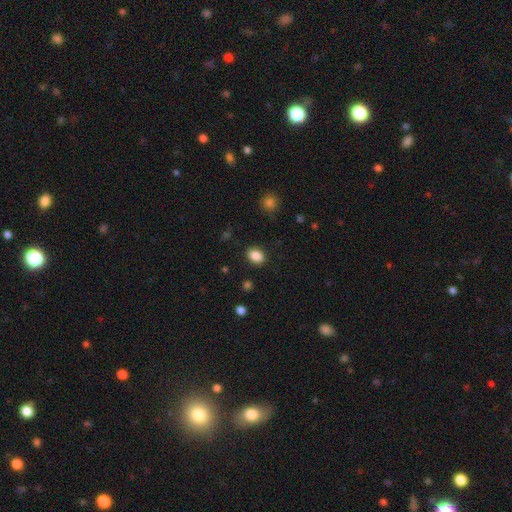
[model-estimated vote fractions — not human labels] This appears to be a smooth galaxy with no disk features (87%) that is in between round and cigar-shaped (65%). Merging: none (87%).